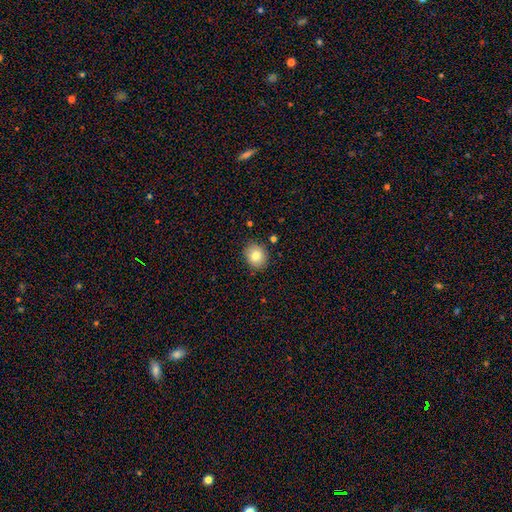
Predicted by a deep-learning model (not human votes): Smooth or featured? Predicted: smooth (p=0.81). How rounded? Predicted: round (p=0.69). Merging? Predicted: none (p=0.86).